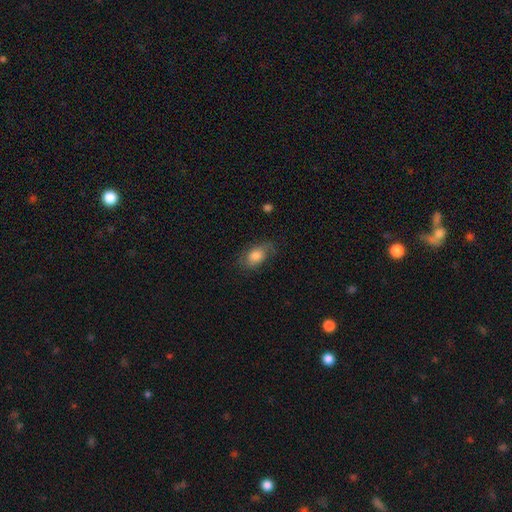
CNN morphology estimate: This is likely a smooth galaxy (71%). How rounded: clearly in between (84%). Merging: likely none (61%).